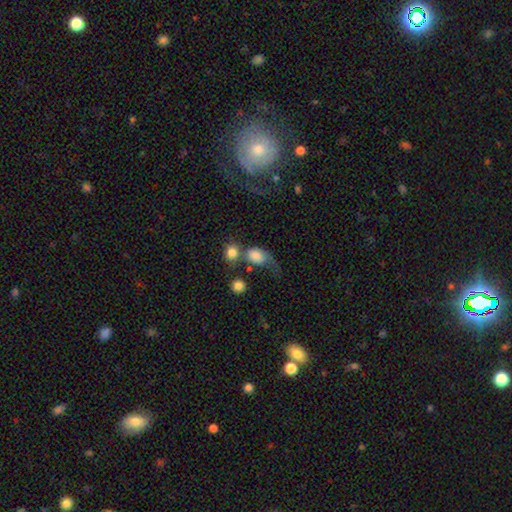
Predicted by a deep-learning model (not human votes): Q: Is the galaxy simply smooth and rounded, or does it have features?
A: smooth — 74%.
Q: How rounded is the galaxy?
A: in between — 50%.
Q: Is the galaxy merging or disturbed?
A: merger — 37%.